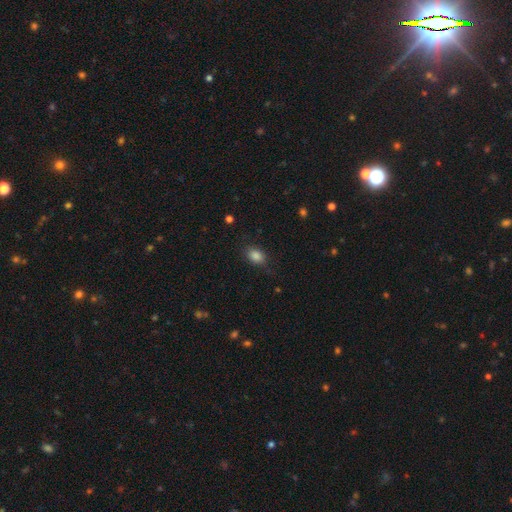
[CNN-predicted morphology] smooth 86%, star or artifact 10%, featured or disk 4%. Down the decision tree: how rounded — in between (76%); merging — none (81%).